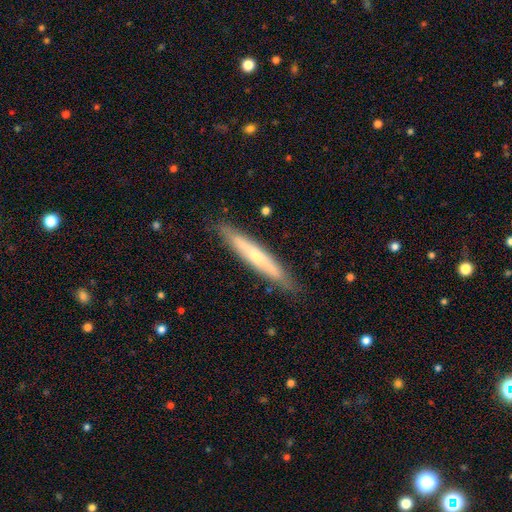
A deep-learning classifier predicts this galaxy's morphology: A smooth galaxy with no disk features (49%).

Vote fractions:
- Smooth or featured? smooth: 49% / featured or disk: 46% / star or artifact: 6%
- Merging? none: 85% / minor disturbance: 11% / major disturbance: 2% / merger: 1%